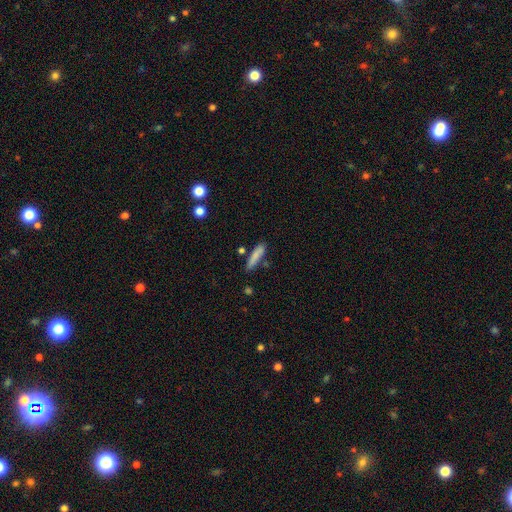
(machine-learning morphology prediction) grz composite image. It shows a smooth galaxy with no disk features (81%) that is cigar-shaped (80%). Merging: none (73%).